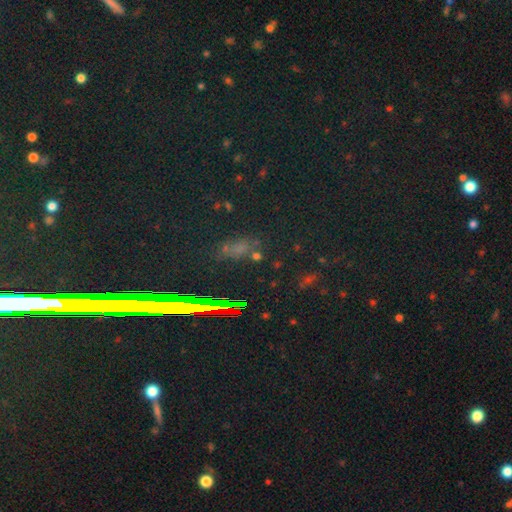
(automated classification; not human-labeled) Smooth or featured? star or artifact (49%)